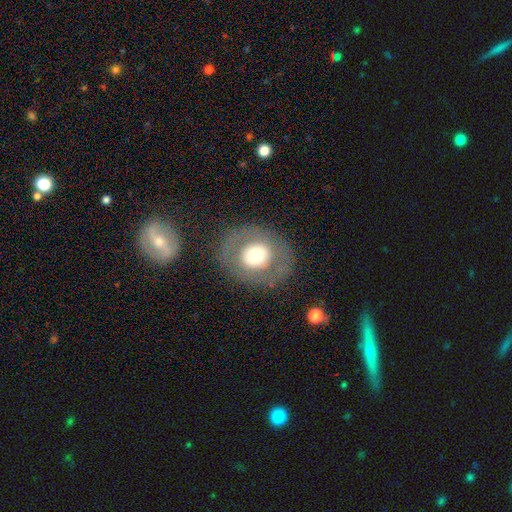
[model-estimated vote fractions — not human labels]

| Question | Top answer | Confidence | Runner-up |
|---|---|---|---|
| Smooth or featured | smooth | 53% | featured or disk (38%) |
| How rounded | round | 76% | in between (23%) |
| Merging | none | 81% | minor disturbance (10%) |